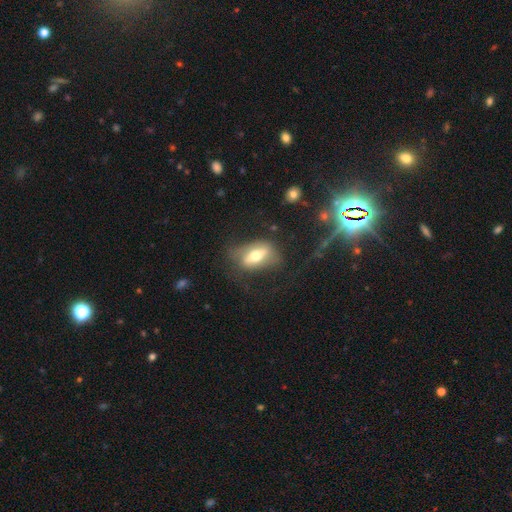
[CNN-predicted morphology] Smooth or featured?
  - smooth: 48% *
  - featured or disk: 44%
  - star or artifact: 8%
Merging?
  - none: 59% *
  - minor disturbance: 21%
  - major disturbance: 18%
  - merger: 2%